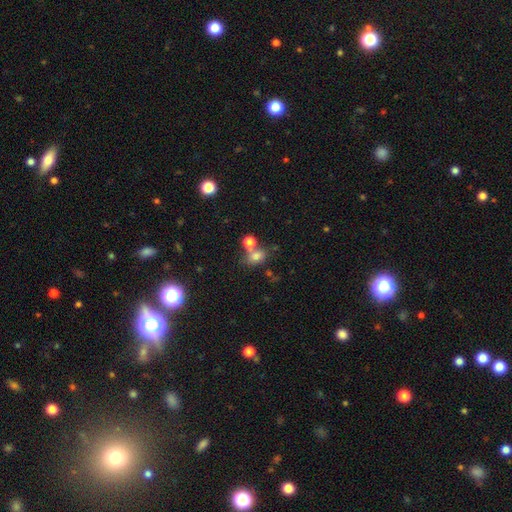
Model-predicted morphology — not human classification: Smooth or featured? Predicted: smooth (p=0.74). How rounded? Predicted: in between (p=0.66). Merging? Predicted: none (p=0.44).